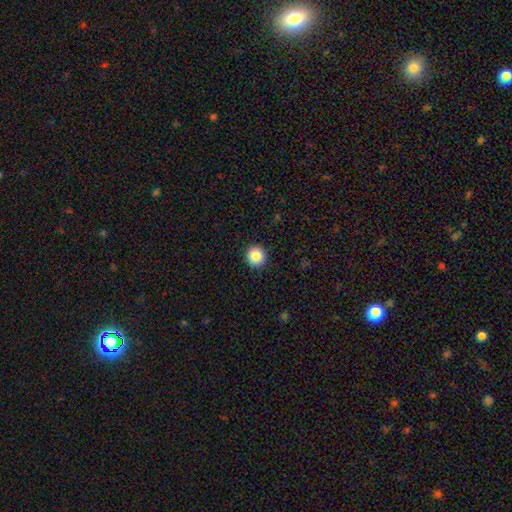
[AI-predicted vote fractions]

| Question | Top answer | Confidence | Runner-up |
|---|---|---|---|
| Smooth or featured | smooth | 85% | star or artifact (10%) |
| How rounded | round | 94% | in between (5%) |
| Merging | none | 93% | minor disturbance (5%) |